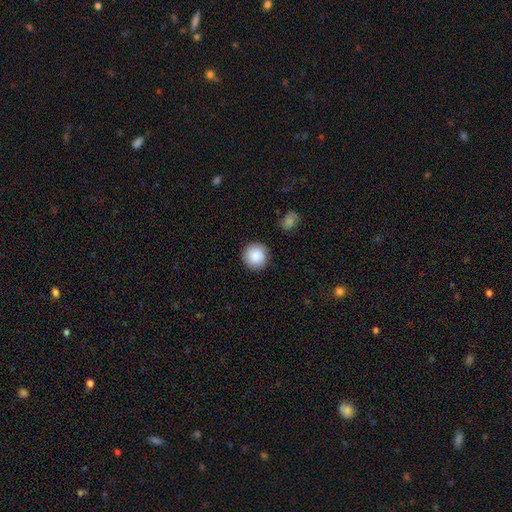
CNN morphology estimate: Smooth or featured? smooth (87%)
How rounded? round (94%)
Merging? none (89%)